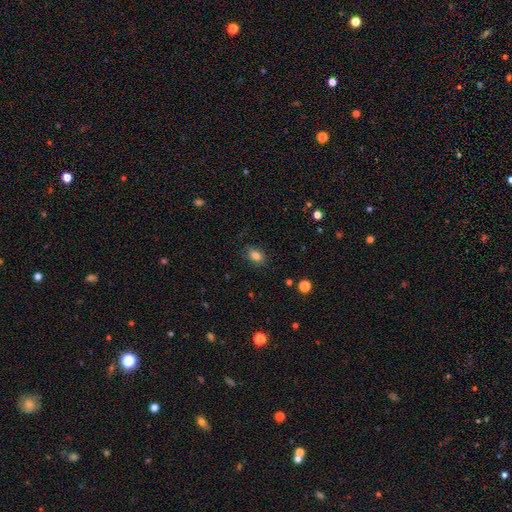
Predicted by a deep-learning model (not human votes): Smooth or featured: smooth — 81% (star or artifact — 10%)
How rounded: in between — 82% (round — 16%)
Merging: none — 82% (minor disturbance — 13%)